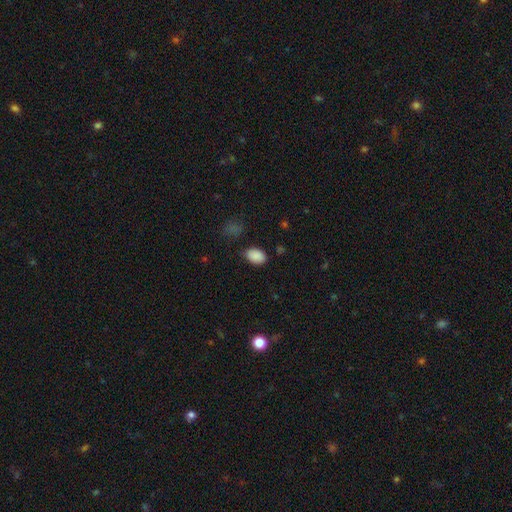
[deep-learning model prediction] smooth 88%, star or artifact 9%, featured or disk 4%. Down the decision tree: how rounded — in between (87%); merging — none (79%).